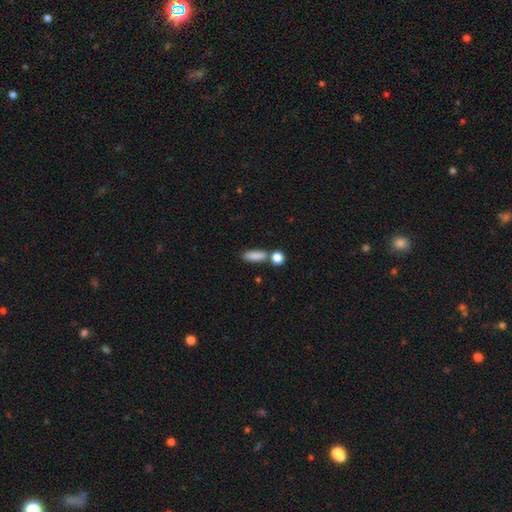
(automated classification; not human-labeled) Smooth or featured? Predicted: smooth (p=0.85). How rounded? Predicted: in between (p=0.55). Merging? Predicted: none (p=0.66).